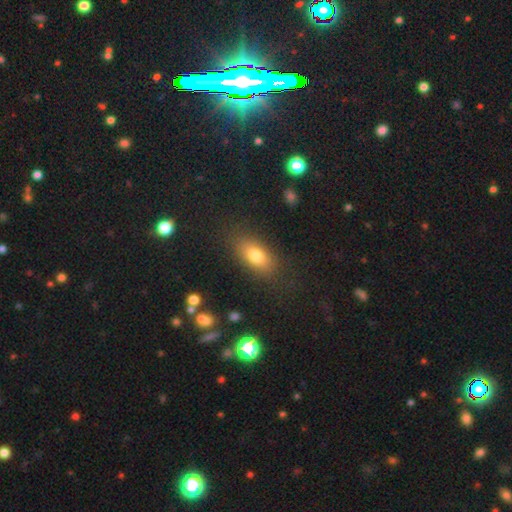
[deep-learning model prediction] This is likely a smooth galaxy (78%). How rounded: clearly in between (86%). Merging: clearly none (83%).